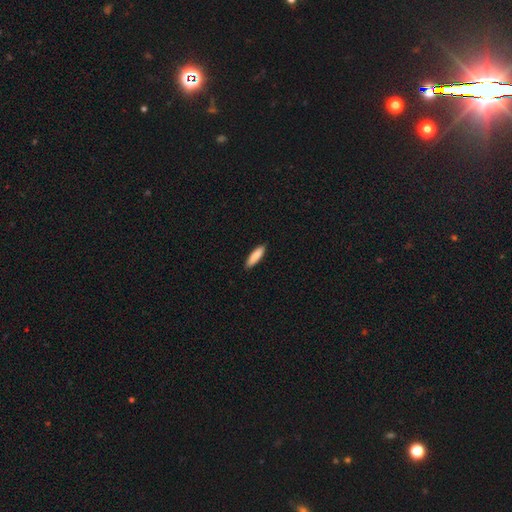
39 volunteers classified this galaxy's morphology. A smooth galaxy with no disk features (92%) that is cigar-shaped (64%).

Vote fractions:
- Smooth or featured? smooth: 92% / star or artifact: 8% / featured or disk: 0%
- How rounded? cigar-shaped: 64% / in between: 36% / round: 0%
- Merging? none: 92% / minor disturbance: 6% / major disturbance: 3% / merger: 0%